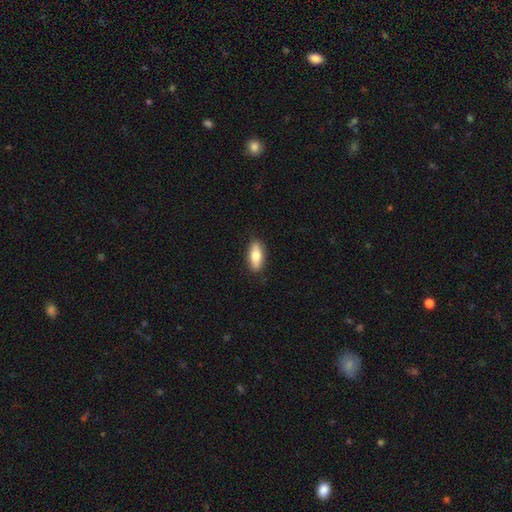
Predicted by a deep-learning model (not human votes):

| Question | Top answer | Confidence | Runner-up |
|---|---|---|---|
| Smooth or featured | smooth | 77% | featured or disk (17%) |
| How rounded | in between | 79% | cigar-shaped (18%) |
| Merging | none | 87% | minor disturbance (10%) |